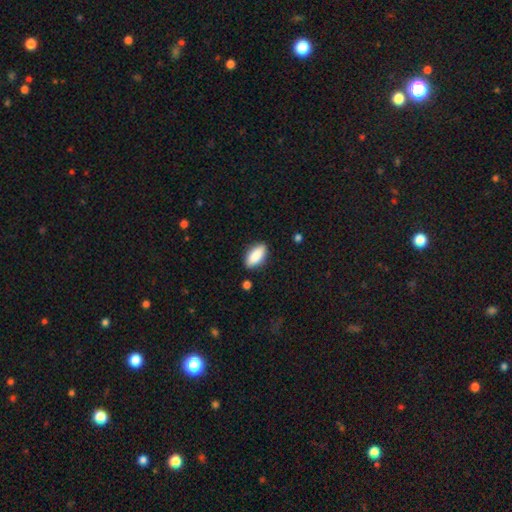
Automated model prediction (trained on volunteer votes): smooth_or_featured: smooth (p=0.87) [alt: featured or disk p=0.07]
how_rounded: in between (p=0.86) [alt: cigar-shaped p=0.12]
merging: none (p=0.86) [alt: minor disturbance p=0.10]